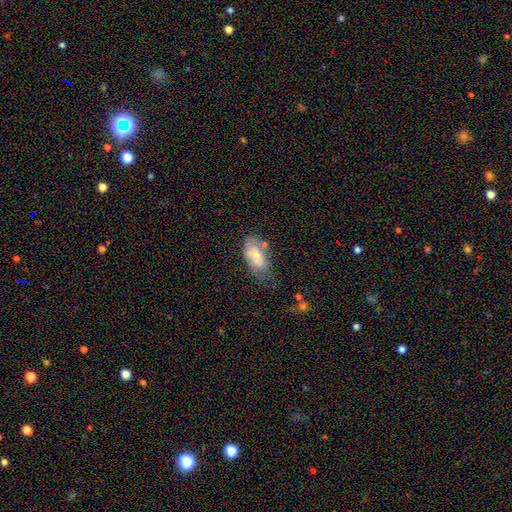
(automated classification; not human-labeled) smooth 68%, featured or disk 25%, star or artifact 7%. Down the decision tree: how rounded — in between (91%); merging — none (46%).